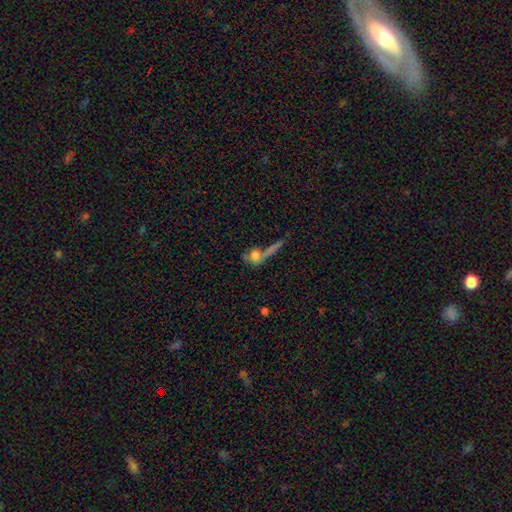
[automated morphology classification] The model was most divided on "merging": none: 40%, merger: 35%, major disturbance: 13%, minor disturbance: 12%. Remaining: smooth or featured — smooth (41%).